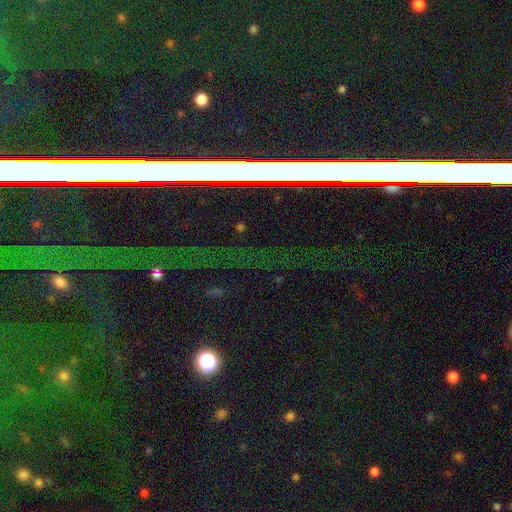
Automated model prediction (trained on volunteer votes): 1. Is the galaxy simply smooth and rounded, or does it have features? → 73% star or artifact, 14% featured or disk, 13% smooth.